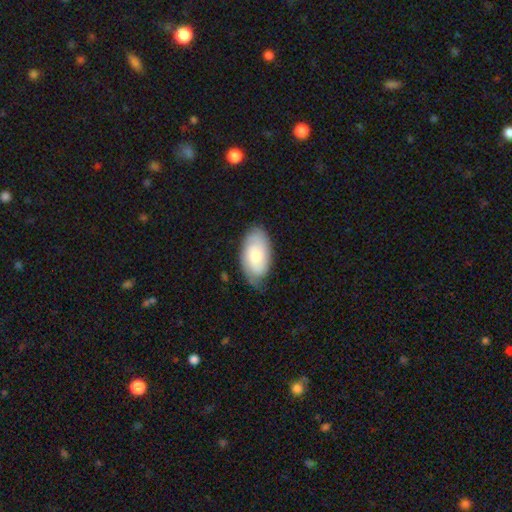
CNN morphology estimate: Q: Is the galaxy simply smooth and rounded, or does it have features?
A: smooth — 53%.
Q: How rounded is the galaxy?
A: in between — 93%.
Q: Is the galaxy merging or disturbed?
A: none — 68%.